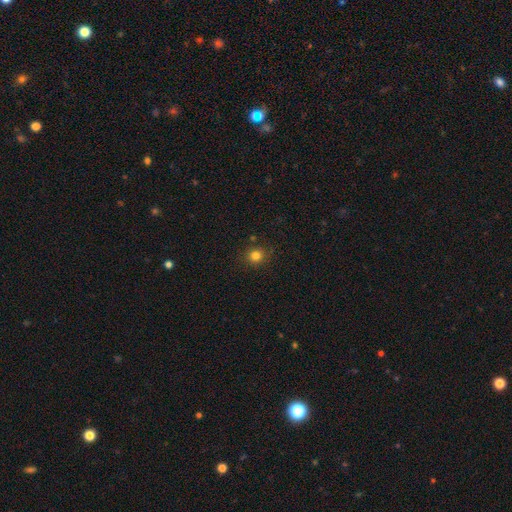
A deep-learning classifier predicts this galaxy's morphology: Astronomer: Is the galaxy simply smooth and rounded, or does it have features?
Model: smooth — 80%.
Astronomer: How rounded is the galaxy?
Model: round — 87%.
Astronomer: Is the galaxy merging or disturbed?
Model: none — 86%.